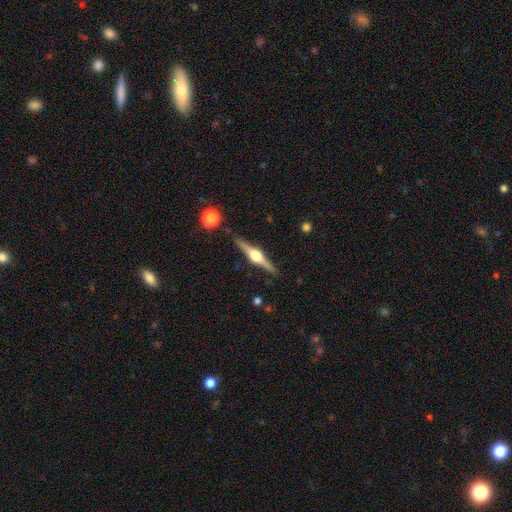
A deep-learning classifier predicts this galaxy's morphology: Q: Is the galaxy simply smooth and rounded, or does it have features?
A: featured or disk — 82%.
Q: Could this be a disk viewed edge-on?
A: yes — 98%.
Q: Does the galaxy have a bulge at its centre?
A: rounded — 95%.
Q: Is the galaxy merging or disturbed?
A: none — 89%.